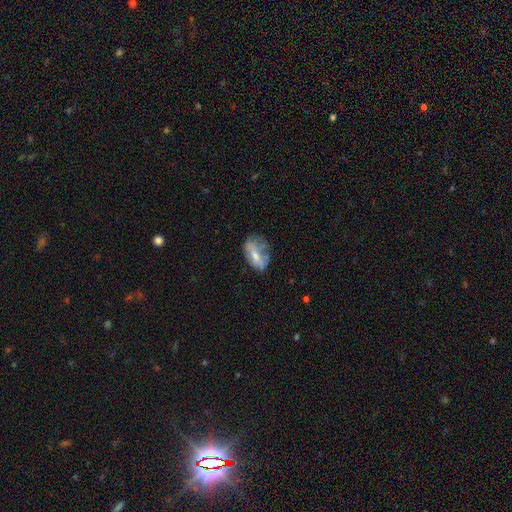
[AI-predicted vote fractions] Smooth or featured? smooth (51%)
How rounded? in between (84%)
Merging? none (41%)